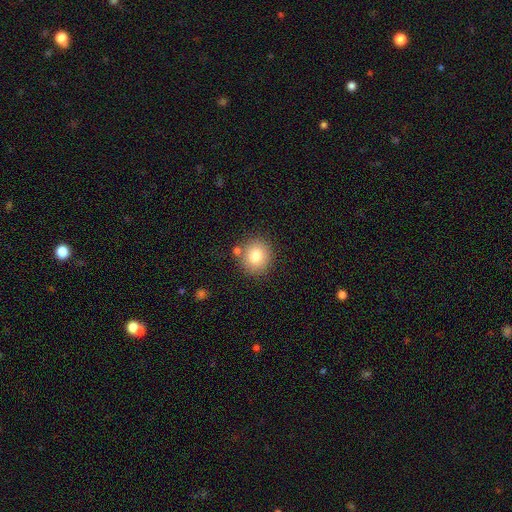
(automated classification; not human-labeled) A smooth galaxy with no disk features (82%) that is round (84%). Merging: none (79%).